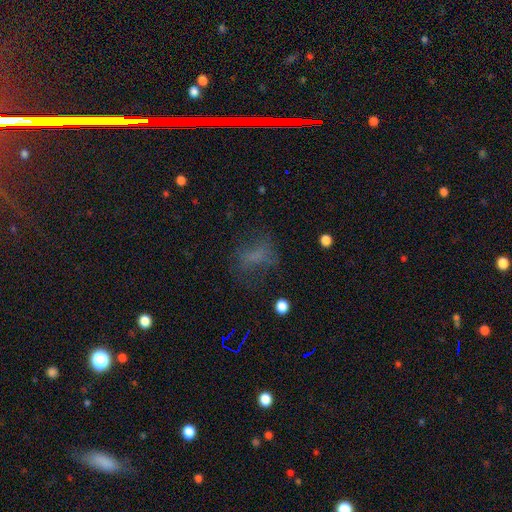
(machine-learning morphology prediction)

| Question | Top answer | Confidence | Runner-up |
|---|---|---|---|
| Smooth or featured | smooth | 51% | star or artifact (25%) |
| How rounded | in between | 63% | round (33%) |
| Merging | none | 55% | major disturbance (23%) |